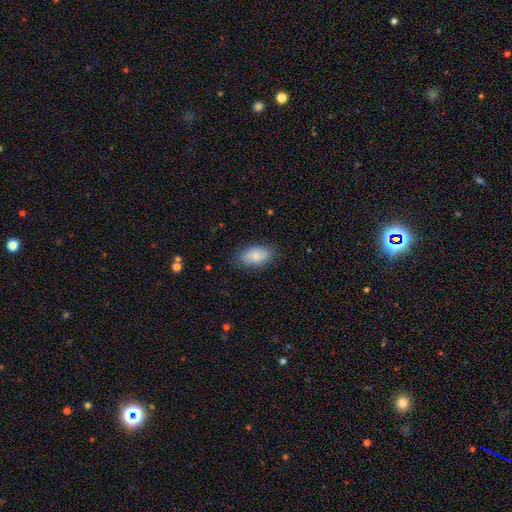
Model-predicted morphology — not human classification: A smooth galaxy with no disk features (85%) that is in between round and cigar-shaped (93%). Merging: none (82%).